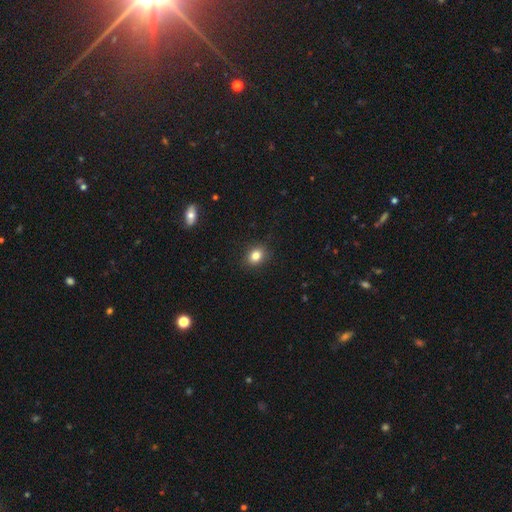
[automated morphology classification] The model was most divided on "how rounded": in between: 55%, round: 44%, cigar-shaped: 1%. More confident: merging — none (89%); smooth or featured — smooth (83%).